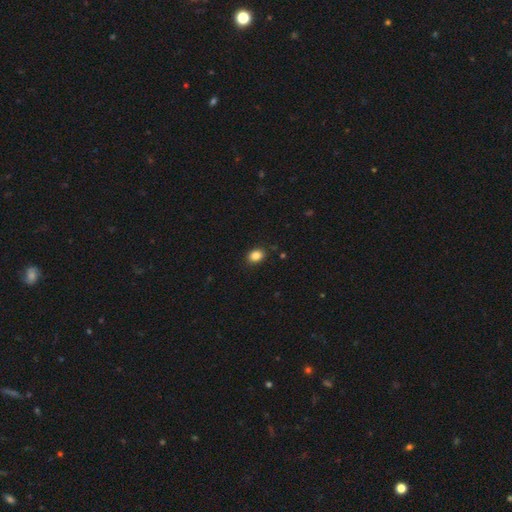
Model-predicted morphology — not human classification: Smooth or featured? smooth (87%)
How rounded? in between (62%)
Merging? none (87%)